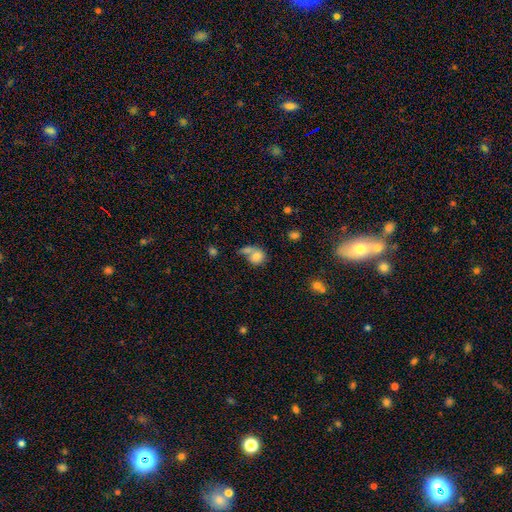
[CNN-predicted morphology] This is likely a smooth galaxy (74%). How rounded: likely round (63%). Merging: marginally merger (41%).